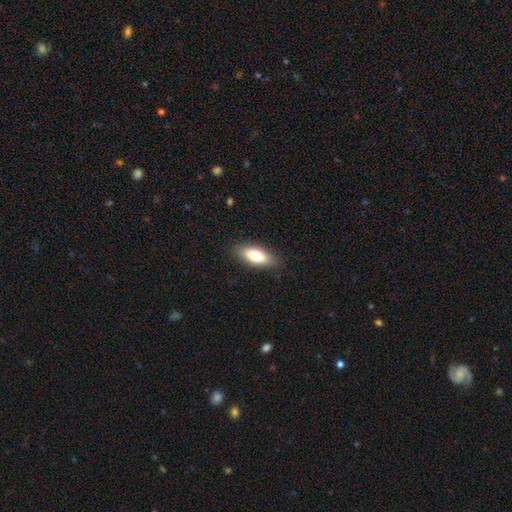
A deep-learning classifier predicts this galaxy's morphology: Smooth or featured? smooth (77%)
How rounded? in between (77%)
Merging? none (86%)